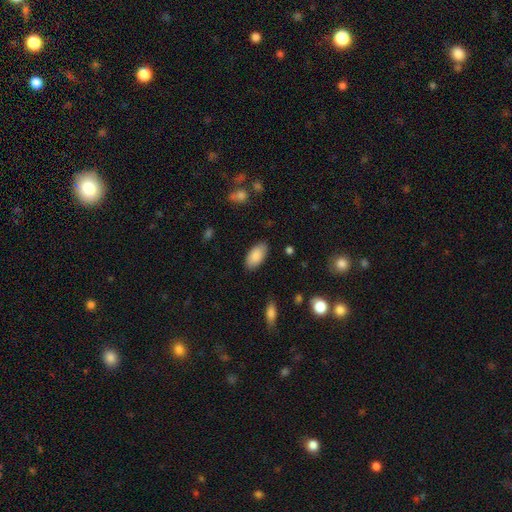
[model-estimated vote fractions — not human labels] smooth-or-featured: smooth: 87% | featured or disk: 7% | star or artifact: 6%
  how-rounded: in between: 95% | cigar-shaped: 3% | round: 2%
  merging: none: 86% | minor disturbance: 10% | major disturbance: 2% | merger: 1%